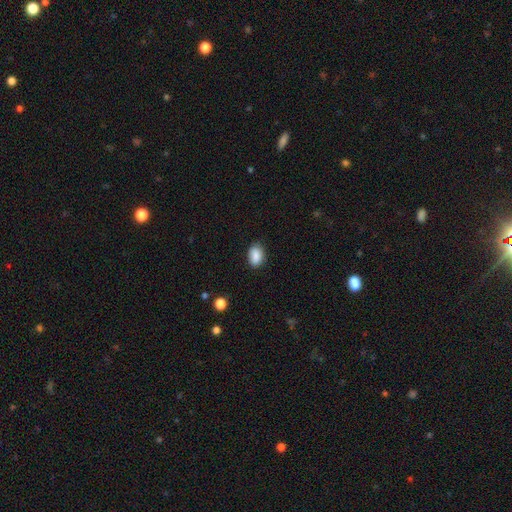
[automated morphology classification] type=smooth (88%); roundness=in between (86%); merging=none (82%).